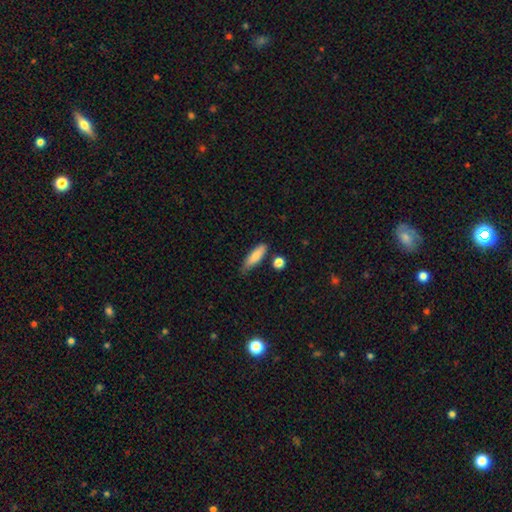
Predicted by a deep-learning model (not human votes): Smooth or featured? smooth (82%)
How rounded? cigar-shaped (51%)
Merging? none (66%)